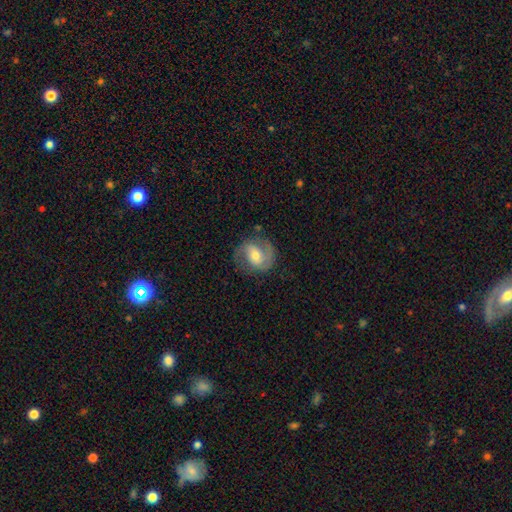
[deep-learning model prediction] Smooth or featured? featured or disk (77%)
Edge-on disk? no (98%)
Bar? weak (46%)
Spiral arms? yes (93%)
Spiral winding? medium (52%)
Spiral arm count? 2 (88%)
Bulge size? moderate (62%)
Merging? none (74%)